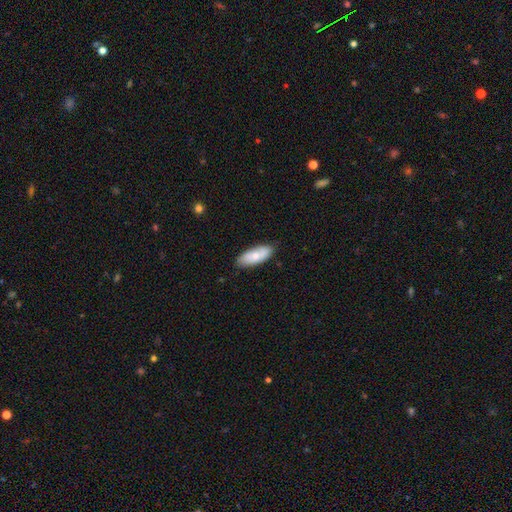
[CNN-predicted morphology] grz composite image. It shows a smooth galaxy with no disk features (72%) that is in between round and cigar-shaped (79%). Merging: none (81%).